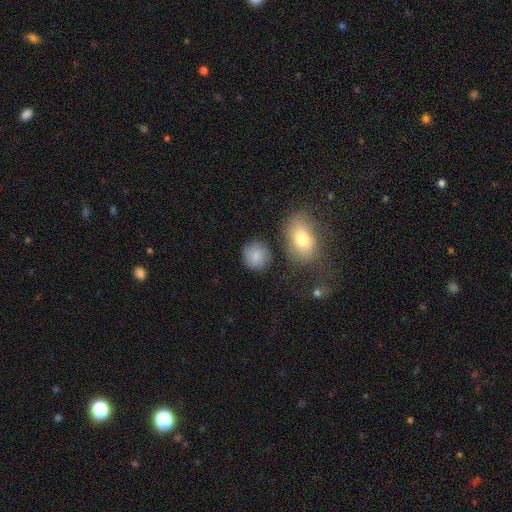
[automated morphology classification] A smooth galaxy with no disk features (79%) that is round (85%).

Vote fractions:
- Smooth or featured? smooth: 79% / featured or disk: 12% / star or artifact: 9%
- How rounded? round: 85% / in between: 14% / cigar-shaped: 1%
- Merging? none: 78% / minor disturbance: 13% / merger: 5% / major disturbance: 4%